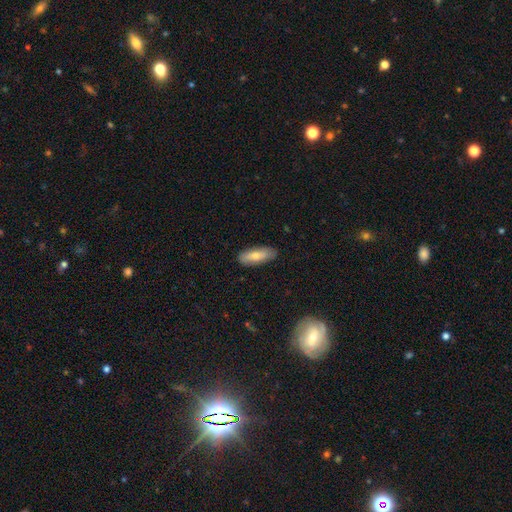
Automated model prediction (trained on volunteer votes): smooth-or-featured: smooth: 67% | featured or disk: 26% | star or artifact: 7%
  how-rounded: in between: 60% | cigar-shaped: 37% | round: 2%
  merging: none: 87% | minor disturbance: 10% | major disturbance: 2% | merger: 1%